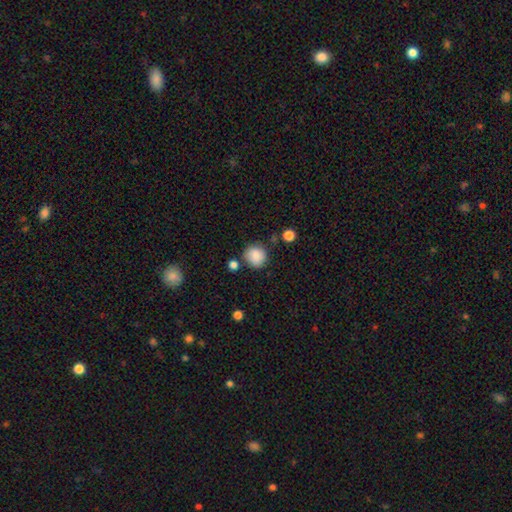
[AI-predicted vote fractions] Smooth or featured?
  - smooth: 87% *
  - star or artifact: 9%
  - featured or disk: 4%
How rounded?
  - round: 89% *
  - in between: 10%
  - cigar-shaped: 1%
Merging?
  - none: 77% *
  - minor disturbance: 13%
  - merger: 6%
  - major disturbance: 4%